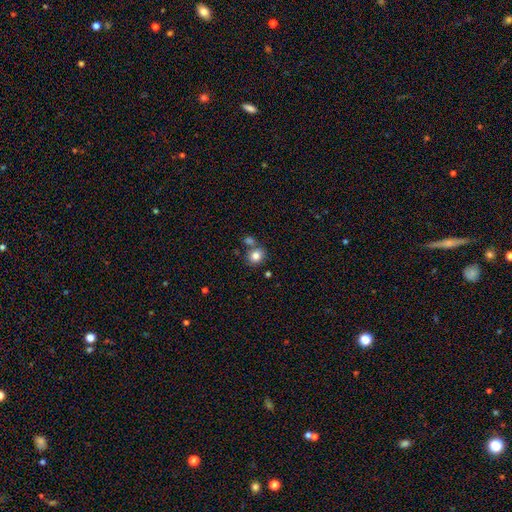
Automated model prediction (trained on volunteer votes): Smooth or featured? smooth (82%)
How rounded? round (74%)
Merging? none (66%)